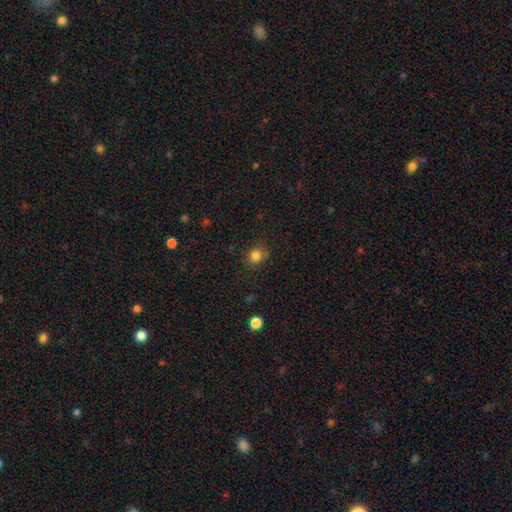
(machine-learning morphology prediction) Overall: smooth (83%). How rounded: round (73%). Merging: none (80%).